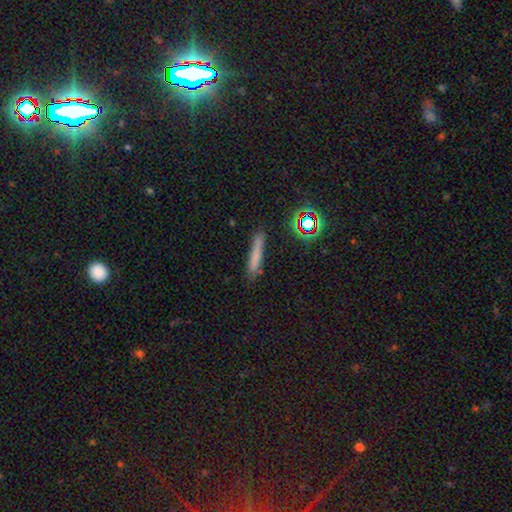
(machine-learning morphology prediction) type=smooth (69%); roundness=cigar-shaped (92%); merging=none (82%).